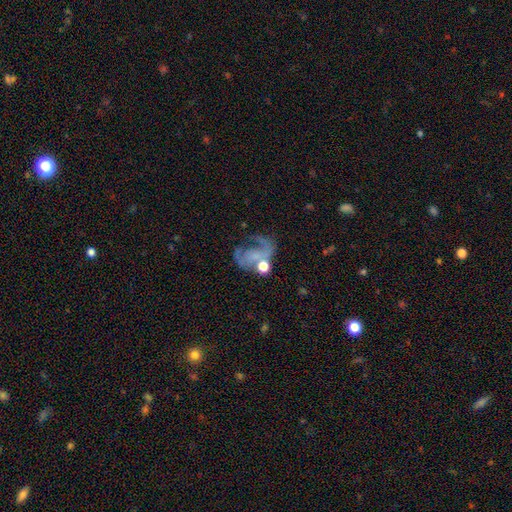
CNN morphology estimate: Smooth or featured? featured or disk (60%)
Edge-on disk? no (97%)
Bar? no (72%)
Spiral arms? yes (66%)
Bulge size? none (40%)
Merging? major disturbance (42%)